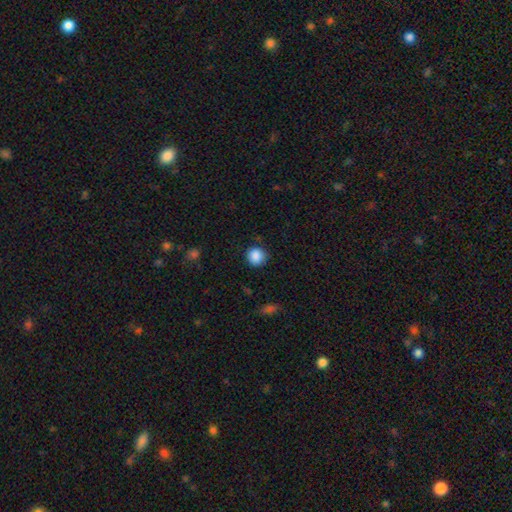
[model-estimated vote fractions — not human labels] A smooth galaxy with no disk features (88%) that is round (90%).

Vote fractions:
- Smooth or featured? smooth: 88% / star or artifact: 9% / featured or disk: 3%
- How rounded? round: 90% / in between: 9% / cigar-shaped: 1%
- Merging? none: 85% / minor disturbance: 11% / major disturbance: 3% / merger: 1%